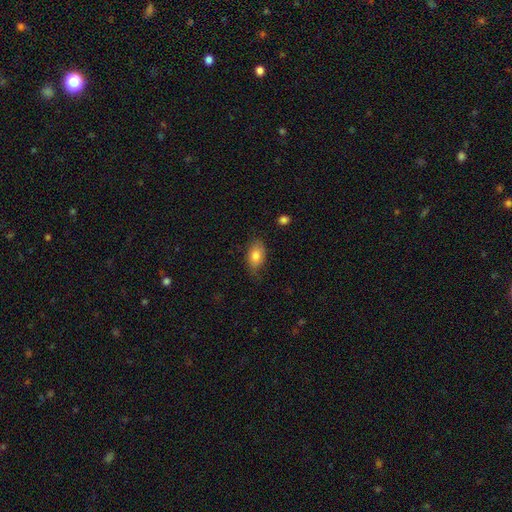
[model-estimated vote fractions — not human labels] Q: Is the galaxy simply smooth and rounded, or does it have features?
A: smooth — 79%.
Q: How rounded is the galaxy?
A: in between — 90%.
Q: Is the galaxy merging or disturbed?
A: none — 70%.